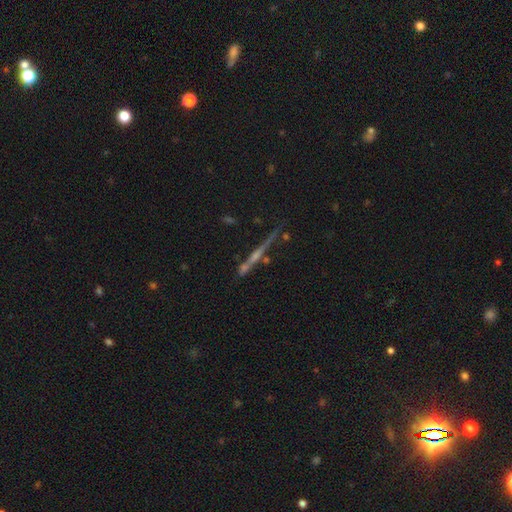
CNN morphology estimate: smooth_or_featured: featured or disk (p=0.65) [alt: smooth p=0.21]
disk_edge_on: yes (p=0.94) [alt: no p=0.06]
edge_on_bulge: rounded (p=0.45) [alt: none p=0.44]
merging: none (p=0.70) [alt: minor disturbance p=0.13]